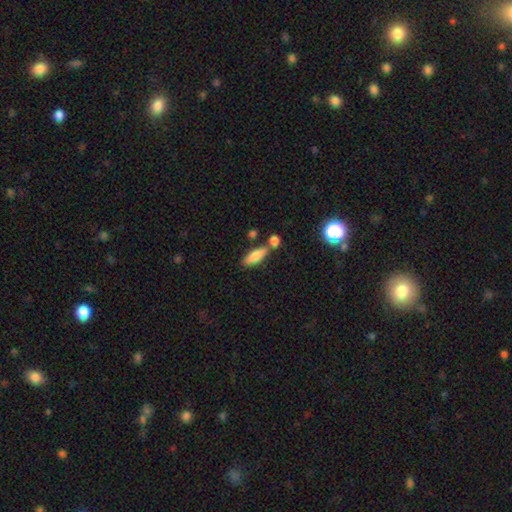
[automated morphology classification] Q: Smooth or featured?
A: smooth (80%); runner-up: featured or disk (13%)
Q: How rounded?
A: in between (58%); runner-up: cigar-shaped (39%)
Q: Merging?
A: none (62%); runner-up: merger (20%)